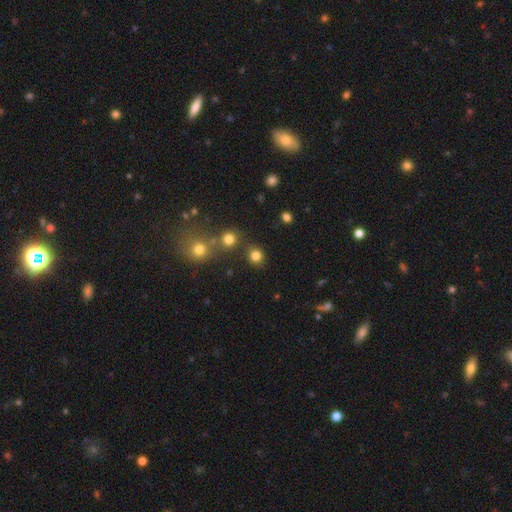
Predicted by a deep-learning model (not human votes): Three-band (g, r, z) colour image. It shows a smooth galaxy with no disk features (81%) that is round (86%). Merging: none (80%).